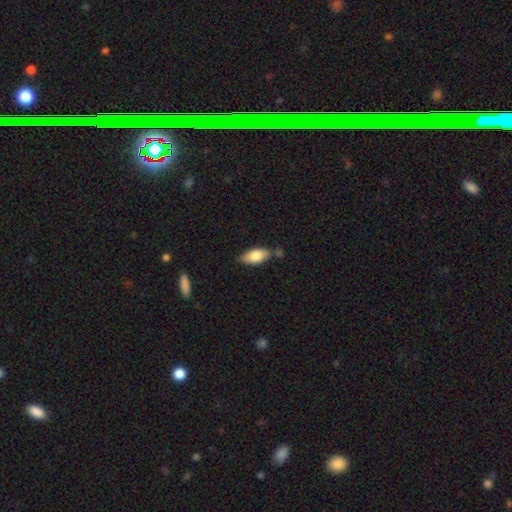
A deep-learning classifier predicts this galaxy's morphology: Smooth or featured: smooth — 80% (featured or disk — 14%)
How rounded: in between — 87% (cigar-shaped — 10%)
Merging: none — 69% (minor disturbance — 19%)